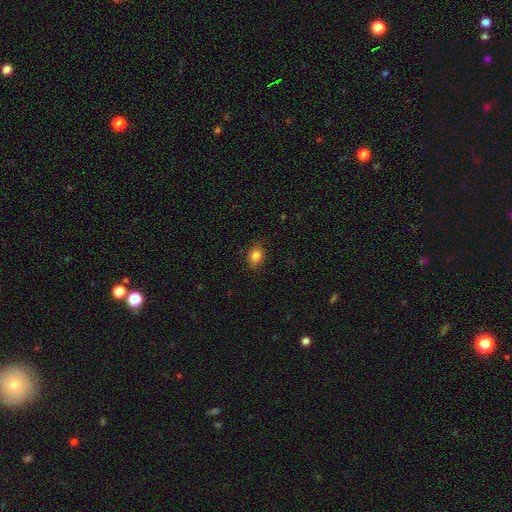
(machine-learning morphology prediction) smooth_or_featured: smooth (p=0.84) [alt: star or artifact p=0.11]
how_rounded: in between (p=0.57) [alt: round p=0.42]
merging: none (p=0.86) [alt: minor disturbance p=0.10]